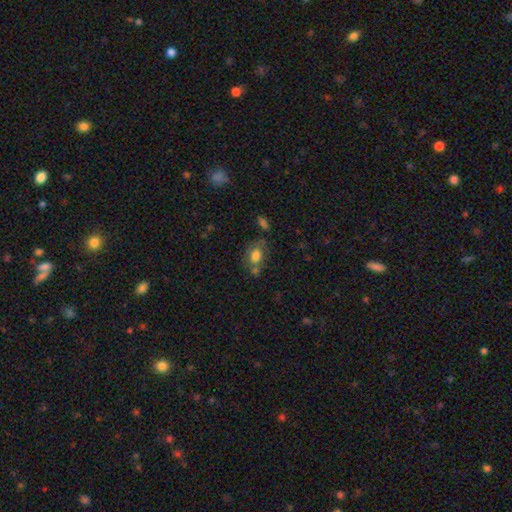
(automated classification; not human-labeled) The model was most divided on "merging": none: 49%, minor disturbance: 22%, merger: 20%, major disturbance: 9%. More confident: how rounded — in between (78%); smooth or featured — smooth (71%).